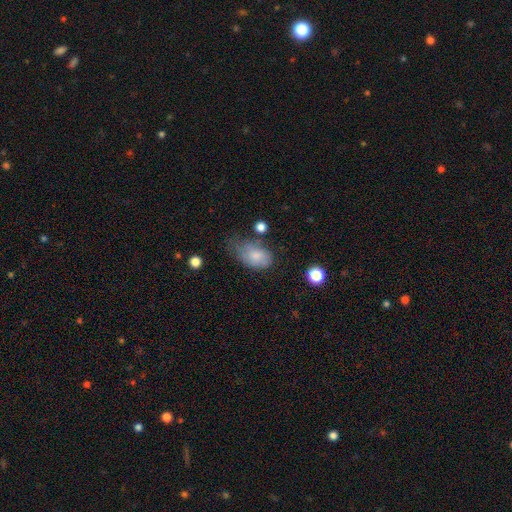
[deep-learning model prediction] smooth-or-featured: smooth: 79% | featured or disk: 14% | star or artifact: 8%
  how-rounded: in between: 87% | round: 12% | cigar-shaped: 1%
  merging: minor disturbance: 40% | none: 35% | major disturbance: 21% | merger: 5%